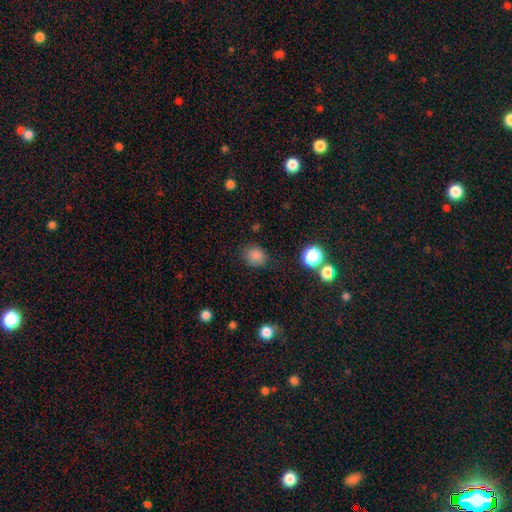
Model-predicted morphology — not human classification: smooth-or-featured: smooth: 83% | star or artifact: 12% | featured or disk: 5%
  how-rounded: round: 63% | in between: 36% | cigar-shaped: 1%
  merging: none: 78% | minor disturbance: 15% | major disturbance: 5% | merger: 2%